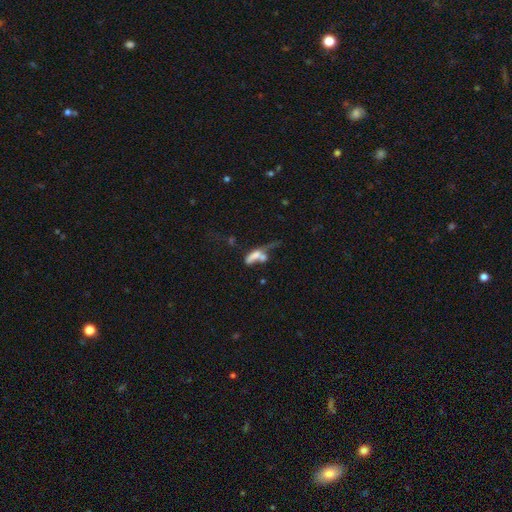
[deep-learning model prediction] This is possibly a smooth galaxy (51%). How rounded: possibly in between (57%). Merging: possibly merger (49%).